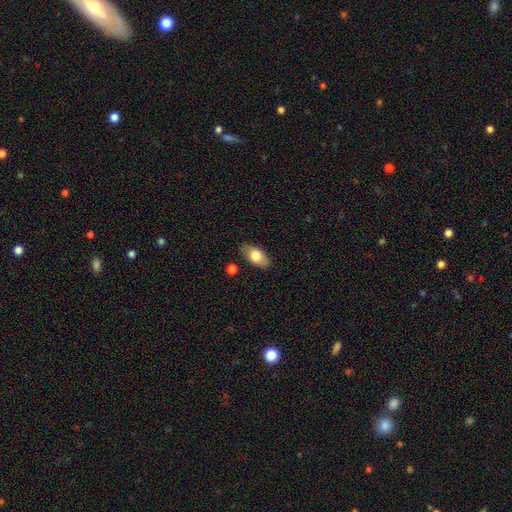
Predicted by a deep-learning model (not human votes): A smooth galaxy with no disk features (77%) that is in between round and cigar-shaped (91%).

Vote fractions:
- Smooth or featured? smooth: 77% / featured or disk: 17% / star or artifact: 7%
- How rounded? in between: 91% / round: 5% / cigar-shaped: 4%
- Merging? none: 83% / minor disturbance: 12% / major disturbance: 3% / merger: 2%